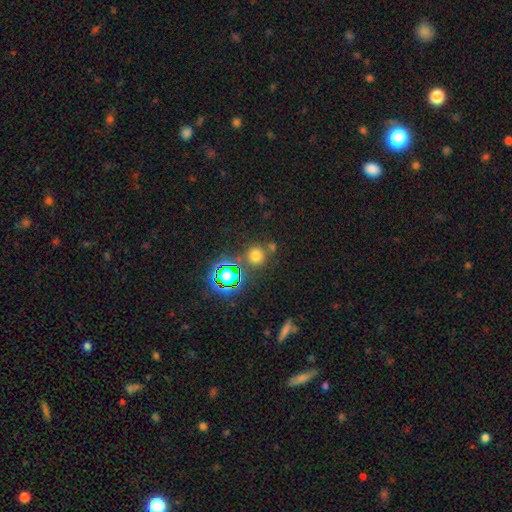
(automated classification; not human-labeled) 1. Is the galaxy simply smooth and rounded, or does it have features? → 65% smooth, 27% star or artifact, 7% featured or disk.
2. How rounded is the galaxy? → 91% round, 8% in between, 1% cigar-shaped.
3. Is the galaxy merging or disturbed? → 74% none, 14% merger, 8% minor disturbance, 4% major disturbance.